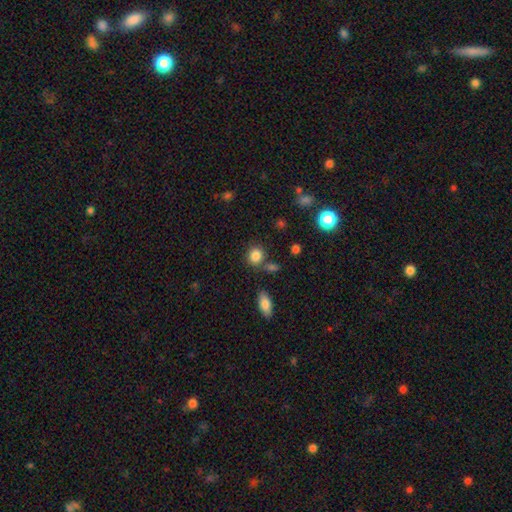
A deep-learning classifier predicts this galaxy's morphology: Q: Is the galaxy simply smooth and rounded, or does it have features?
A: smooth — 85%.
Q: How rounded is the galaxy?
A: round — 76%.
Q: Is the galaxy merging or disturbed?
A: none — 72%.